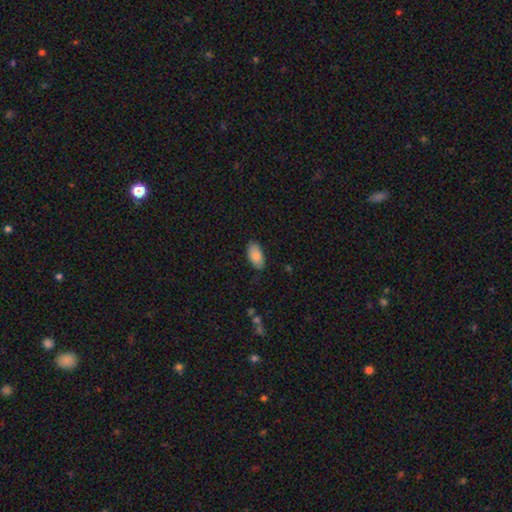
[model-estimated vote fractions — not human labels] Overall: smooth (82%). How rounded: in between (94%). Merging: none (83%).